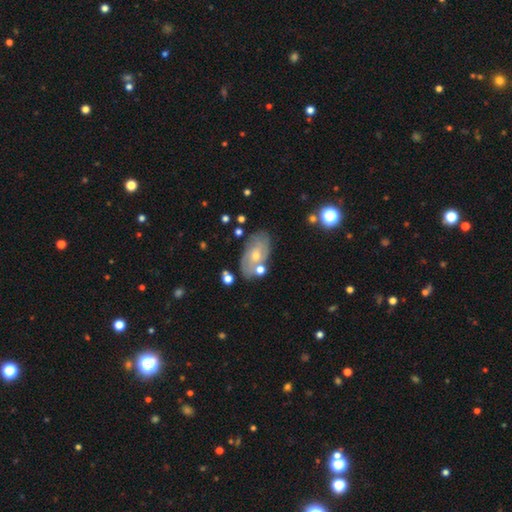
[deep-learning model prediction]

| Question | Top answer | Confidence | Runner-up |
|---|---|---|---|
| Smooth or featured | featured or disk | 57% | smooth (33%) |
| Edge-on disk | no | 91% | yes (9%) |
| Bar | no | 74% | weak (21%) |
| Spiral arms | yes | 61% | no (39%) |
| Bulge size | small | 51% | moderate (45%) |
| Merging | none | 73% | minor disturbance (15%) |